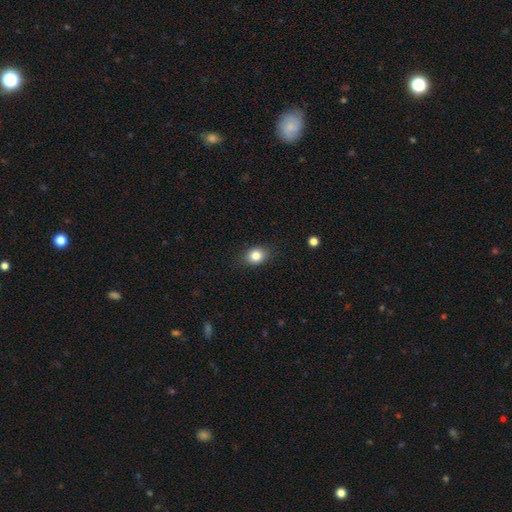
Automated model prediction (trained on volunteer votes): Smooth or featured? Predicted: smooth (p=0.83). How rounded? Predicted: in between (p=0.54). Merging? Predicted: none (p=0.84).